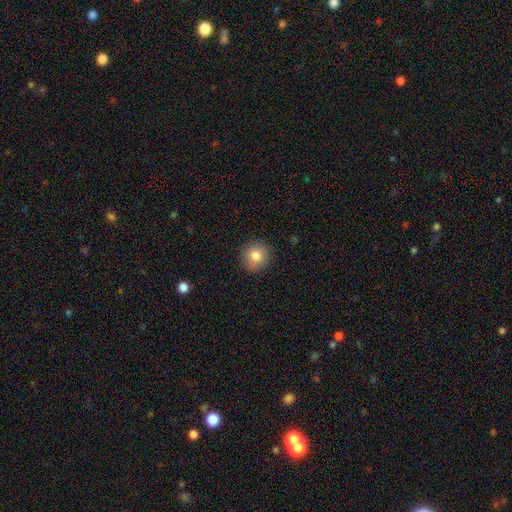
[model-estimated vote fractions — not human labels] Morphology: type=smooth (82%); roundness=round (92%); merging=none (91%).